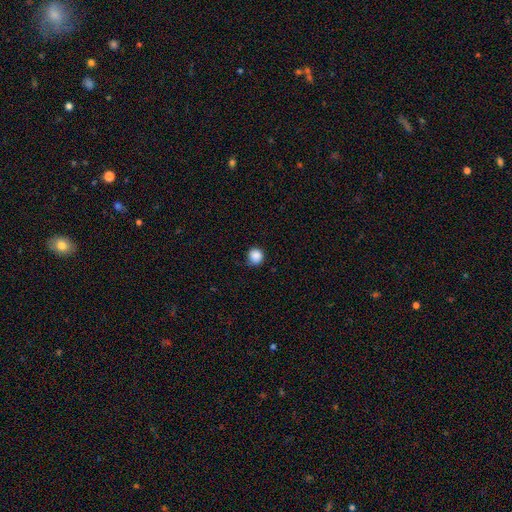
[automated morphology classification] smooth 87%, star or artifact 9%, featured or disk 3%. Down the decision tree: how rounded — round (90%); merging — none (76%).